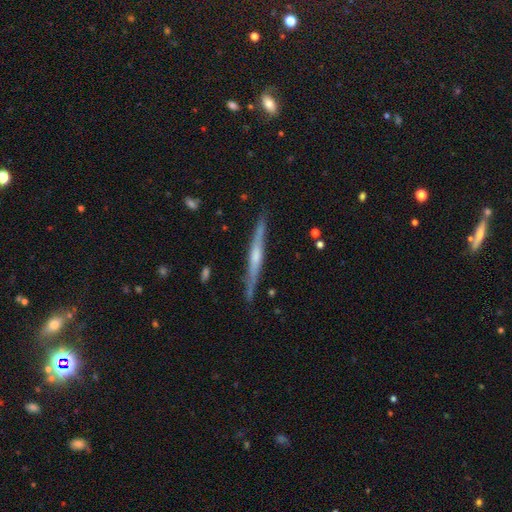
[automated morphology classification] Q: Smooth or featured?
A: featured or disk (75%); runner-up: smooth (19%)
Q: Edge-on disk?
A: yes (98%); runner-up: no (2%)
Q: Edge-on bulge?
A: rounded (67%); runner-up: none (21%)
Q: Merging?
A: none (89%); runner-up: minor disturbance (8%)